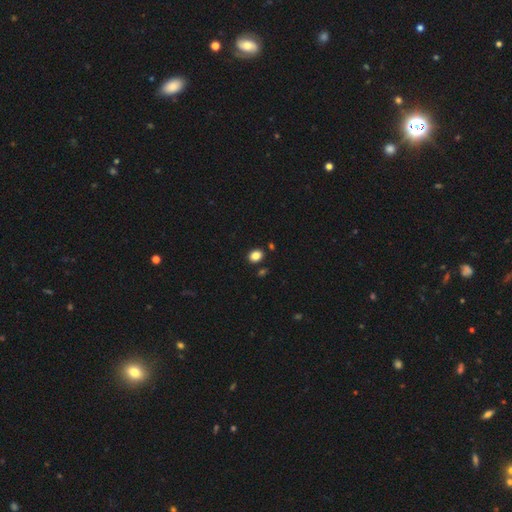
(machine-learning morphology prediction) smooth 85%, star or artifact 10%, featured or disk 4%. Down the decision tree: how rounded — in between (60%); merging — none (86%).